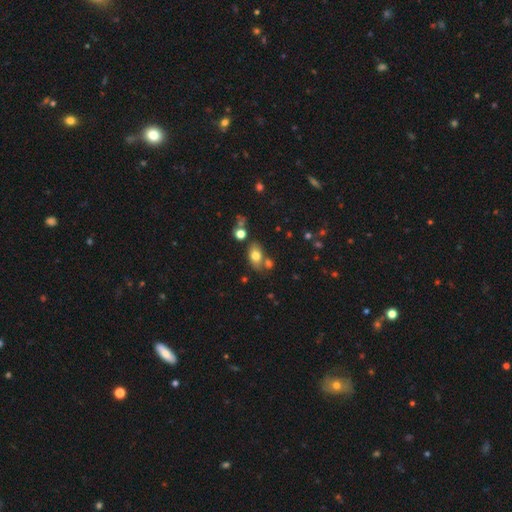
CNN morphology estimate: Smooth or featured? smooth (75%)
How rounded? in between (81%)
Merging? none (60%)